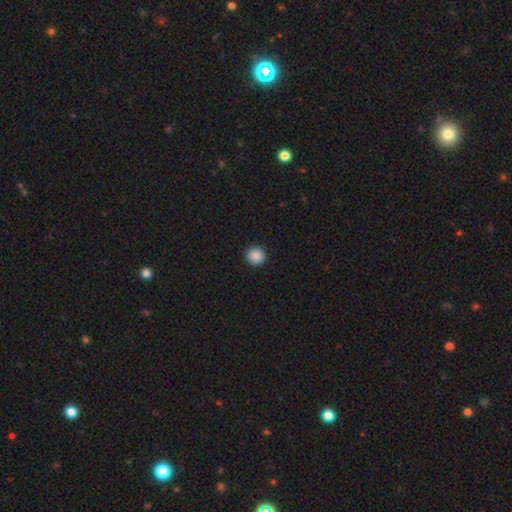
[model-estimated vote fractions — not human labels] A smooth galaxy with no disk features (88%) that is round (94%).

Vote fractions:
- Smooth or featured? smooth: 88% / star or artifact: 9% / featured or disk: 2%
- How rounded? round: 94% / in between: 5% / cigar-shaped: 1%
- Merging? none: 93% / minor disturbance: 5% / major disturbance: 2% / merger: 1%